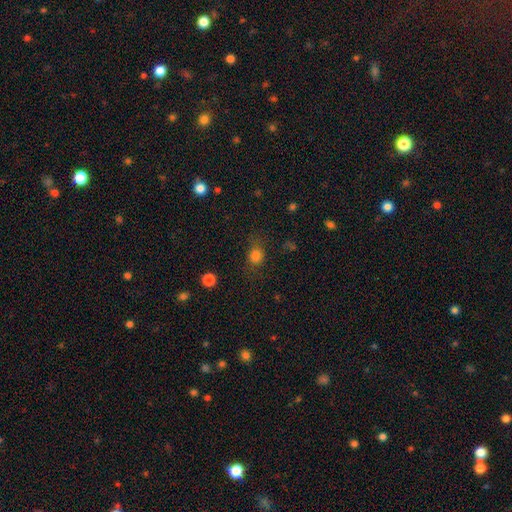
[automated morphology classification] smooth_or_featured: smooth (p=0.79) [alt: star or artifact p=0.14]
how_rounded: round (p=0.72) [alt: in between p=0.27]
merging: none (p=0.68) [alt: minor disturbance p=0.19]